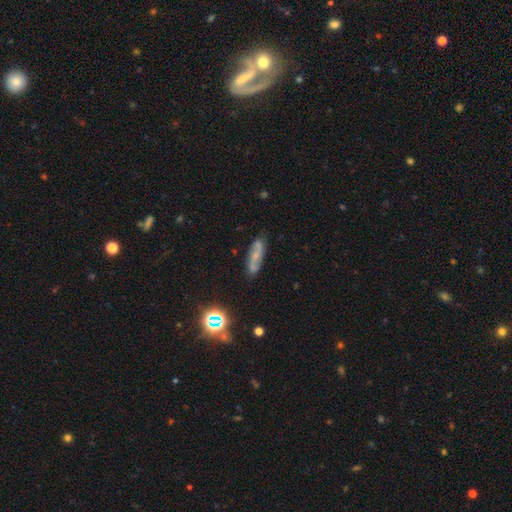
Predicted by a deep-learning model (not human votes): This is possibly a featured or disk galaxy (53%). It is likely not viewed edge-on (78%). Merging: likely none (78%).